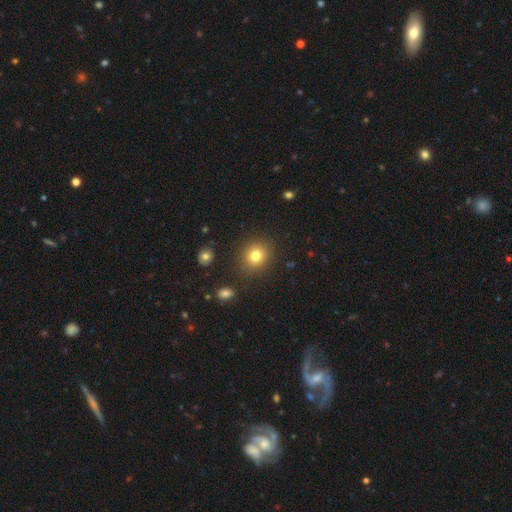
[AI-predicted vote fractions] This is likely a smooth galaxy (79%). How rounded: clearly round (80%). Merging: clearly none (87%).